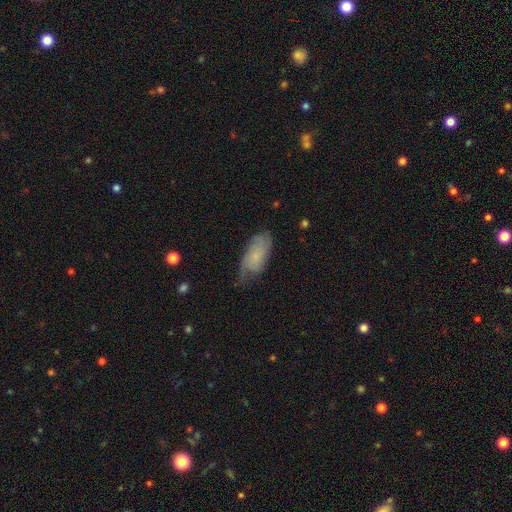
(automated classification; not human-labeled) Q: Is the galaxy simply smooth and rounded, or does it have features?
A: featured or disk — 47%.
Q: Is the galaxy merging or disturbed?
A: none — 51%.